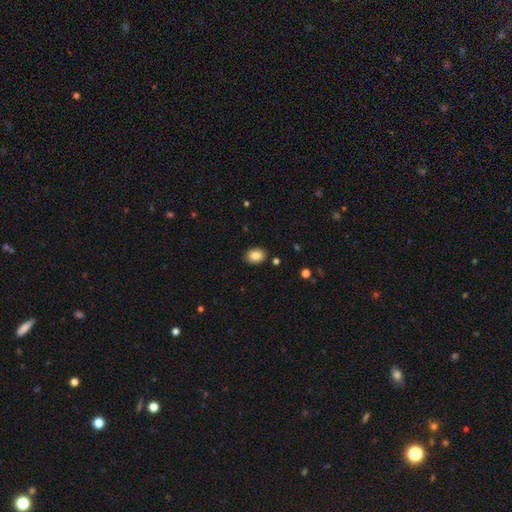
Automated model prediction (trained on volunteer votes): Smooth or featured? Predicted: smooth (p=0.87). How rounded? Predicted: in between (p=0.78). Merging? Predicted: none (p=0.87).